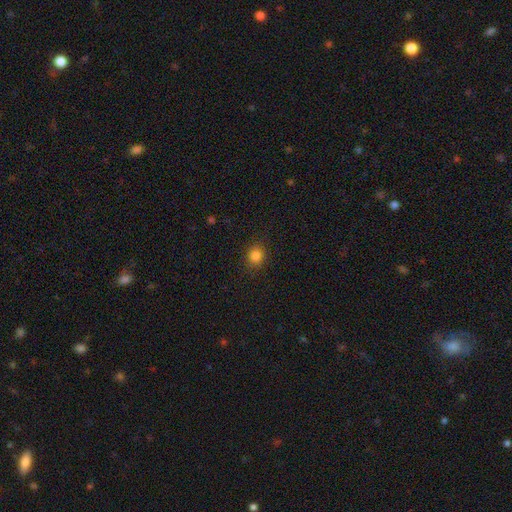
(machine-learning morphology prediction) Smooth or featured?
  - smooth: 83% *
  - star or artifact: 13%
  - featured or disk: 4%
How rounded?
  - round: 75% *
  - in between: 24%
  - cigar-shaped: 1%
Merging?
  - none: 89% *
  - minor disturbance: 8%
  - major disturbance: 2%
  - merger: 1%